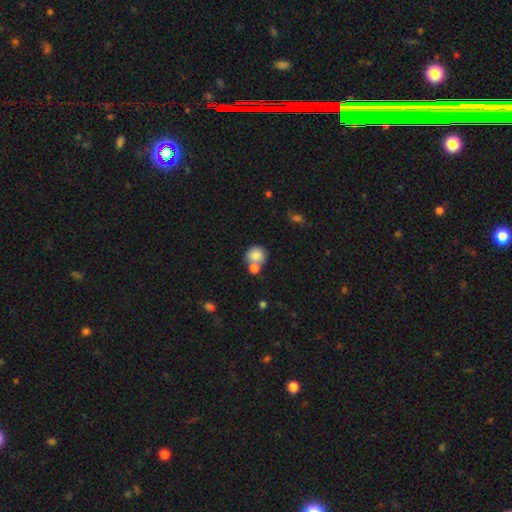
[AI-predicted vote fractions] Smooth or featured? Predicted: smooth (p=0.81). How rounded? Predicted: round (p=0.83). Merging? Predicted: none (p=0.46).